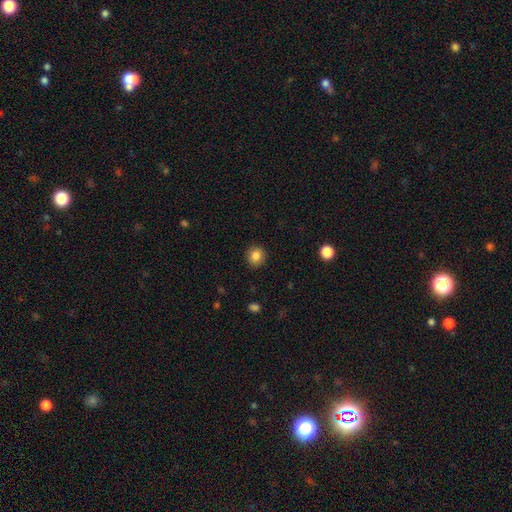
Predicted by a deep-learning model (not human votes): Smooth or featured? smooth (85%)
How rounded? round (89%)
Merging? none (90%)